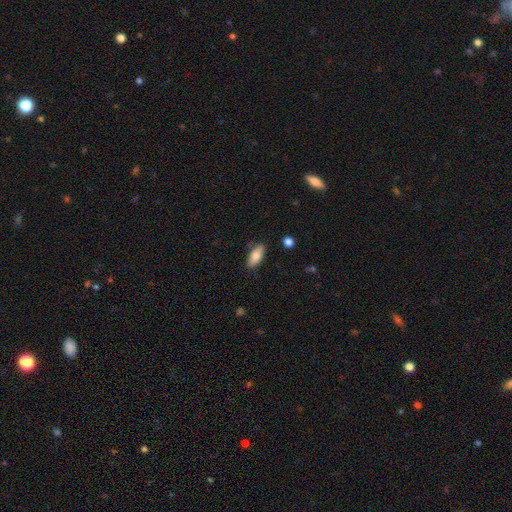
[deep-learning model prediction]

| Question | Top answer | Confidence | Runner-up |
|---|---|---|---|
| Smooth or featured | smooth | 81% | featured or disk (12%) |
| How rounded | in between | 87% | cigar-shaped (10%) |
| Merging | none | 83% | minor disturbance (13%) |